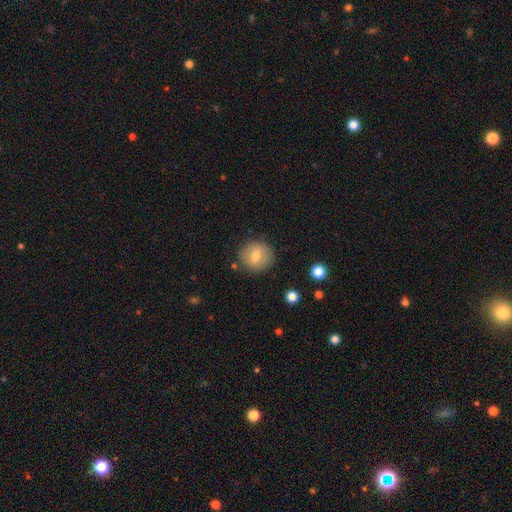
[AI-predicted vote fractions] Q: Smooth or featured?
A: smooth (69%); runner-up: featured or disk (21%)
Q: How rounded?
A: round (89%); runner-up: in between (10%)
Q: Merging?
A: none (85%); runner-up: minor disturbance (10%)